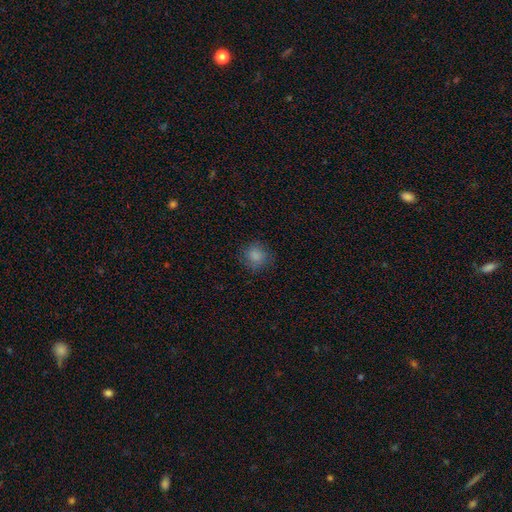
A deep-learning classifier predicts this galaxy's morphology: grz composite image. It shows a smooth galaxy with no disk features (85%) that is round (87%). Merging: none (84%).